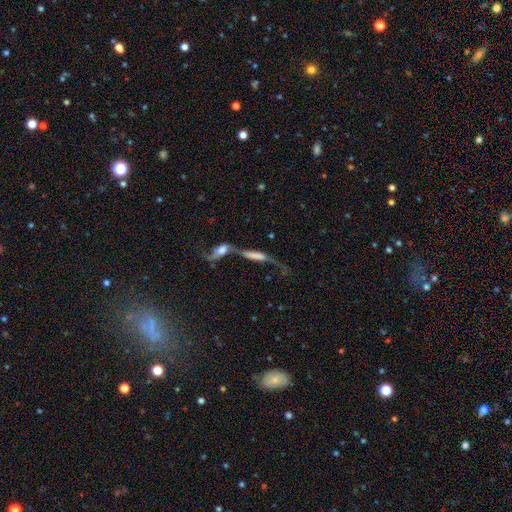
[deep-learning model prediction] The model was most divided on "smooth or featured": featured or disk: 54%, smooth: 36%, star or artifact: 10%. More confident: merging — merger (71%); edge-on disk — no (60%).